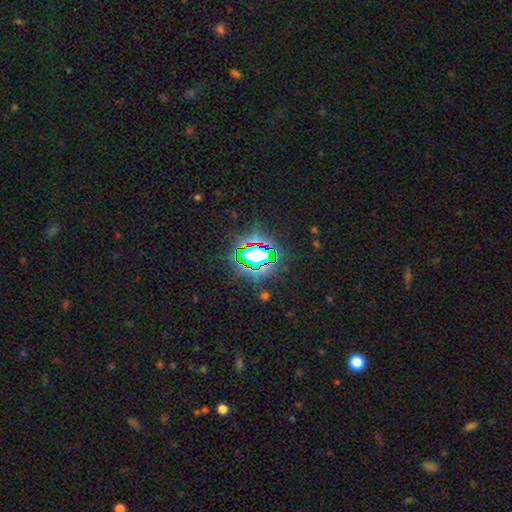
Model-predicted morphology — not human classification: Smooth or featured? Predicted: star or artifact (p=0.75).